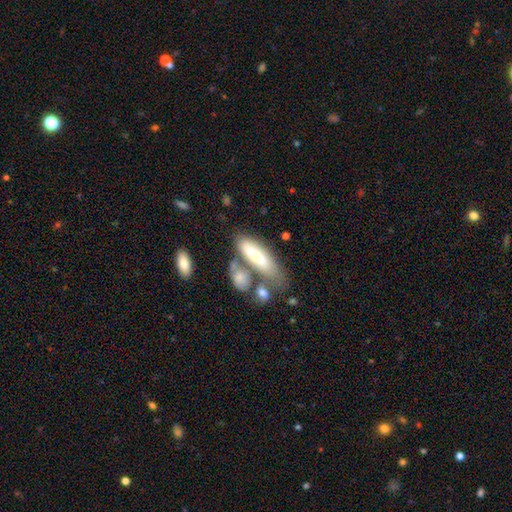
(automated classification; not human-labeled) Smooth or featured? Predicted: smooth (p=0.68). How rounded? Predicted: in between (p=0.51). Merging? Predicted: none (p=0.39).